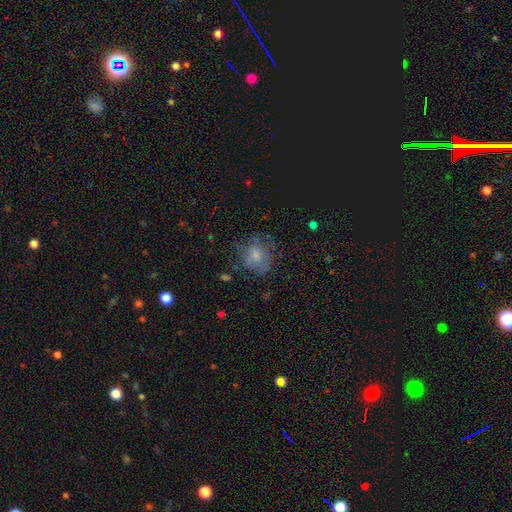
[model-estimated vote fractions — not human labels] Overall: smooth (63%; featured or disk 26%). How rounded: round (68%; in between 31%). Merging: none (55%; minor disturbance 24%).